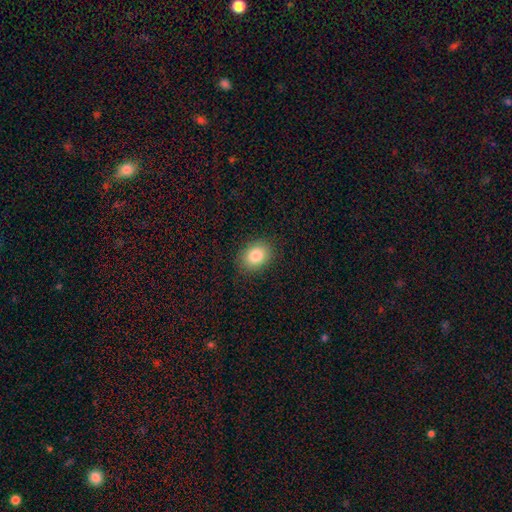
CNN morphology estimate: smooth-or-featured: smooth: 84% | star or artifact: 9% | featured or disk: 7%
  how-rounded: in between: 65% | round: 34% | cigar-shaped: 1%
  merging: none: 87% | minor disturbance: 9% | major disturbance: 3% | merger: 1%